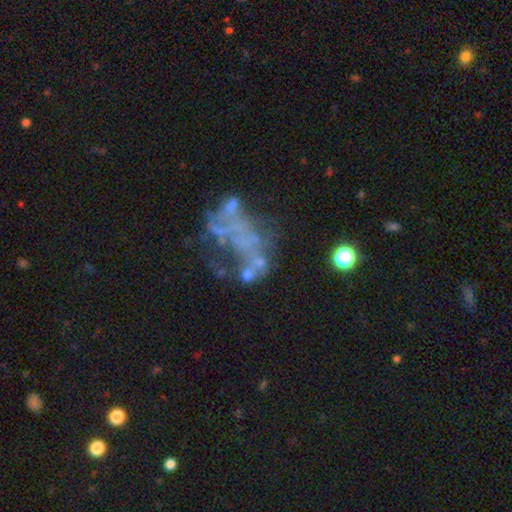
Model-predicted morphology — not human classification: Smooth or featured: featured or disk — 59% (star or artifact — 22%)
Edge-on disk: no — 98% (yes — 2%)
Bar: no — 92% (weak — 5%)
Spiral arms: no — 92% (yes — 8%)
Bulge size: none — 85% (small — 7%)
Merging: major disturbance — 35% (none — 29%)